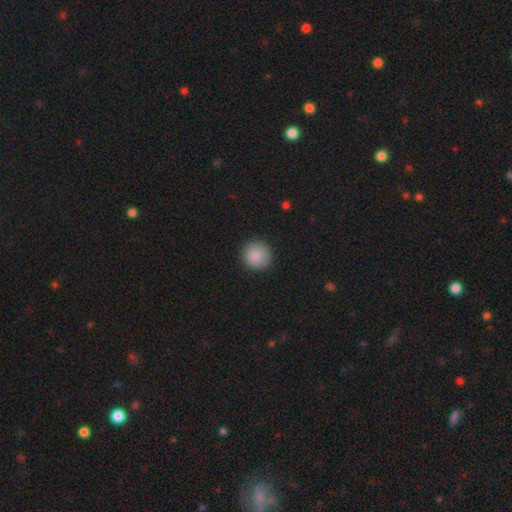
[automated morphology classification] Smooth or featured? Predicted: smooth (p=0.88). How rounded? Predicted: round (p=0.94). Merging? Predicted: none (p=0.89).